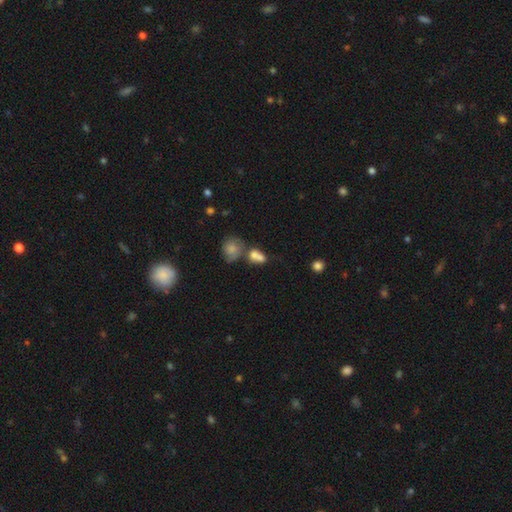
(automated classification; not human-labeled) smooth-or-featured: smooth: 72% | featured or disk: 17% | star or artifact: 11%
  how-rounded: in between: 63% | round: 32% | cigar-shaped: 4%
  merging: merger: 58% | none: 23% | minor disturbance: 11% | major disturbance: 8%